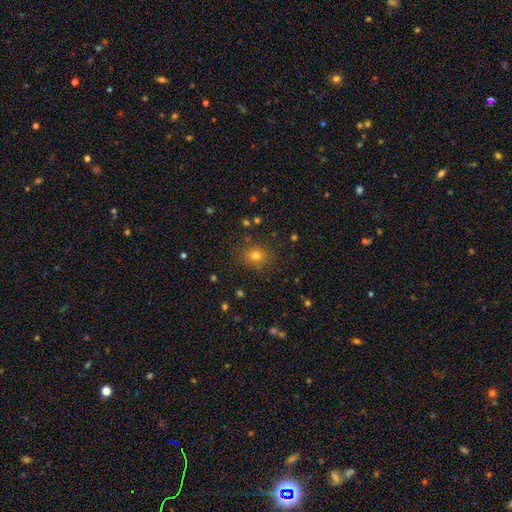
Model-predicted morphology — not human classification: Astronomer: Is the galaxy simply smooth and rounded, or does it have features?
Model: smooth — 74%.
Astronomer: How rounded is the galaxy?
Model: round — 70%.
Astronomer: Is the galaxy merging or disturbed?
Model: none — 85%.